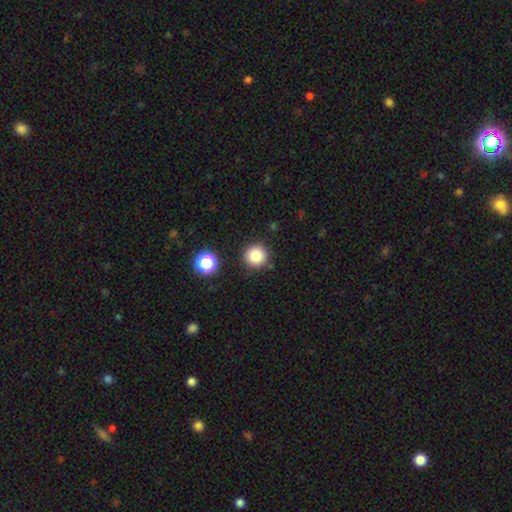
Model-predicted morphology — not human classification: Q: Smooth or featured?
A: smooth (83%); runner-up: star or artifact (12%)
Q: How rounded?
A: round (95%); runner-up: in between (4%)
Q: Merging?
A: none (87%); runner-up: minor disturbance (8%)